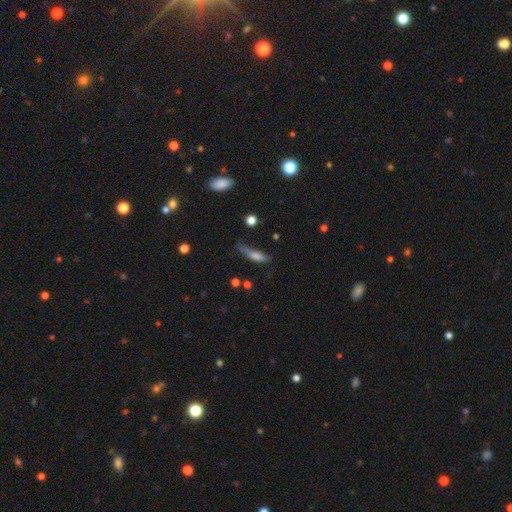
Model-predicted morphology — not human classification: smooth_or_featured: smooth (p=0.65) [alt: featured or disk p=0.25]
how_rounded: cigar-shaped (p=0.65) [alt: in between p=0.32]
merging: none (p=0.41) [alt: minor disturbance p=0.35]